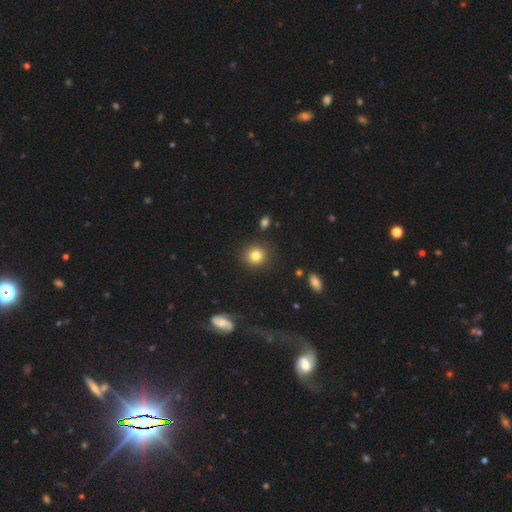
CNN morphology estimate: This is clearly a smooth galaxy (83%). How rounded: clearly round (89%). Merging: clearly none (89%).